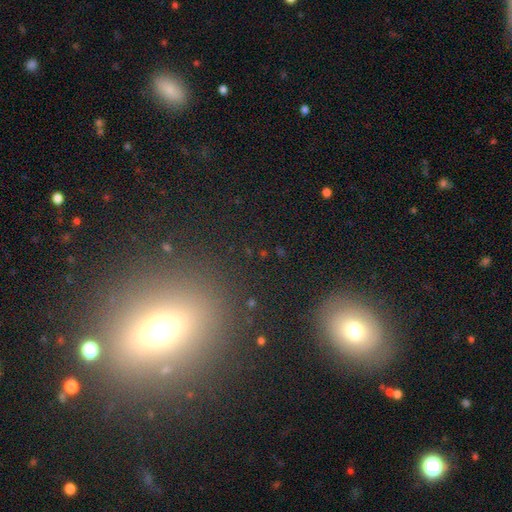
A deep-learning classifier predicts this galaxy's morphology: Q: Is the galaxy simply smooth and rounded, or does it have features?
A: smooth — 44%.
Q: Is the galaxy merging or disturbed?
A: none — 80%.